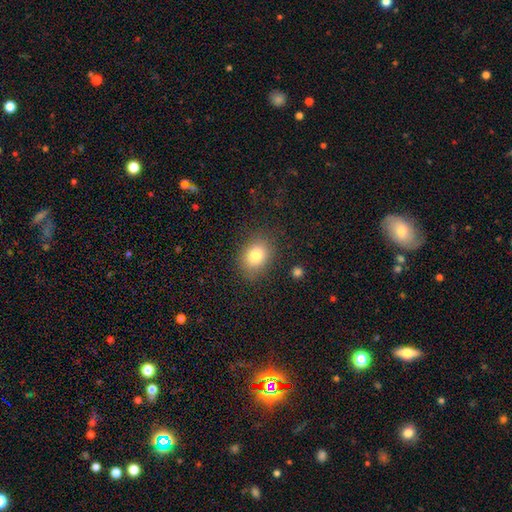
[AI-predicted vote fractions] This is clearly a smooth galaxy (82%). How rounded: possibly in between (60%). Merging: clearly none (82%).